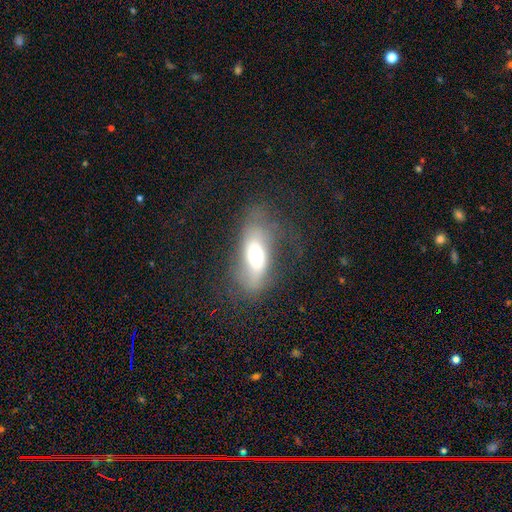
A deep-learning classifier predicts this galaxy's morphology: type=smooth (54%); roundness=in between (79%); merging=none (50%).